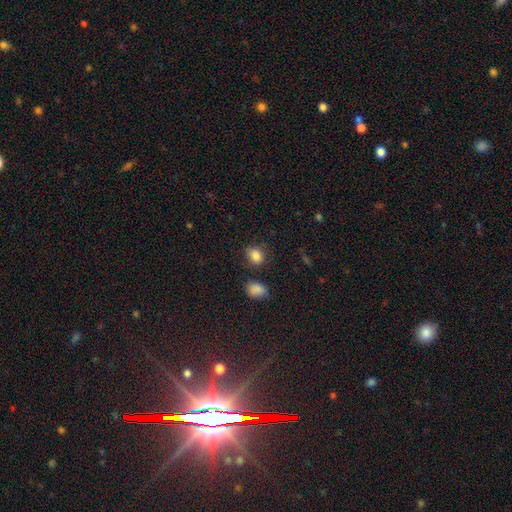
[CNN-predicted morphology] smooth_or_featured: smooth (p=0.85) [alt: star or artifact p=0.10]
how_rounded: in between (p=0.55) [alt: round p=0.44]
merging: none (p=0.72) [alt: minor disturbance p=0.18]